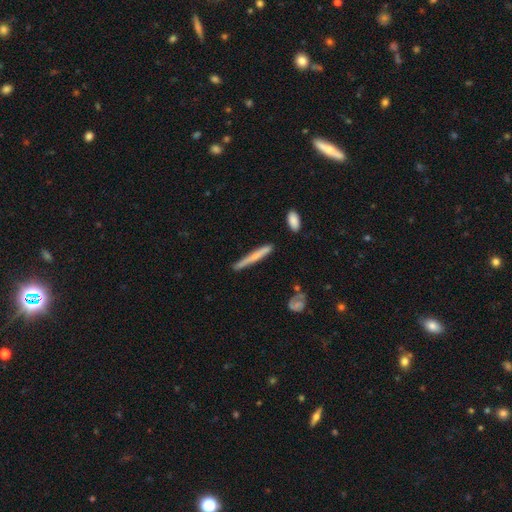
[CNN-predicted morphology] smooth_or_featured: smooth (p=0.55) [alt: featured or disk p=0.39]
how_rounded: cigar-shaped (p=0.95) [alt: in between p=0.03]
merging: none (p=0.82) [alt: minor disturbance p=0.13]